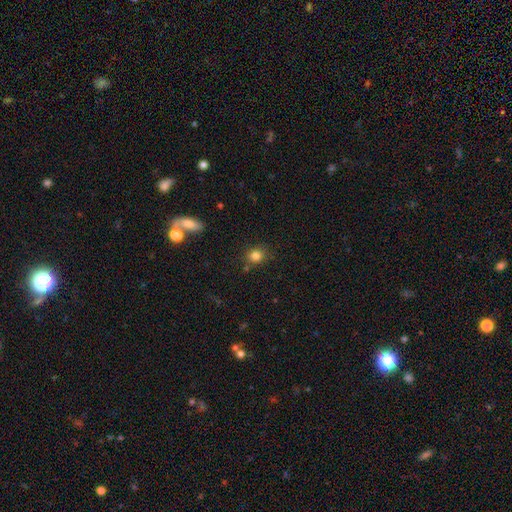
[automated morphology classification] Q: Smooth or featured?
A: smooth (82%); runner-up: star or artifact (12%)
Q: How rounded?
A: round (76%); runner-up: in between (23%)
Q: Merging?
A: none (79%); runner-up: minor disturbance (12%)